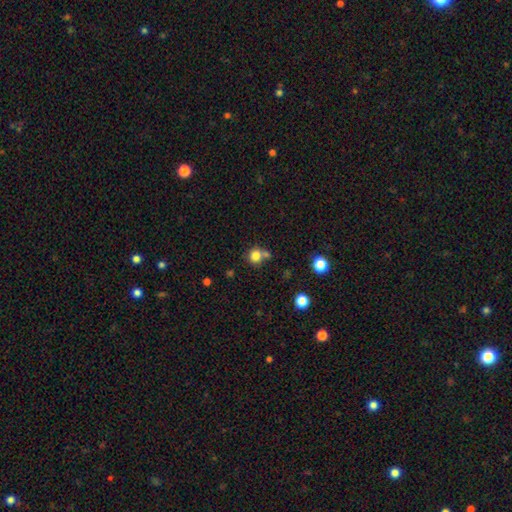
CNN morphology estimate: Overall: smooth (80%). How rounded: round (87%). Merging: none (57%; merger 28%).